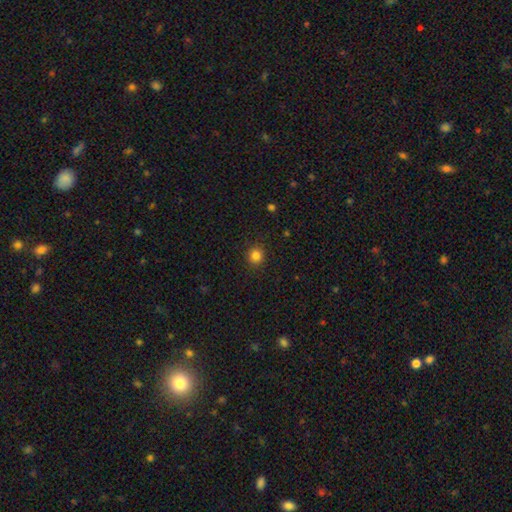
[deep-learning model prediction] Smooth or featured: smooth — 83% (star or artifact — 12%)
How rounded: round — 91% (in between — 8%)
Merging: none — 90% (minor disturbance — 7%)